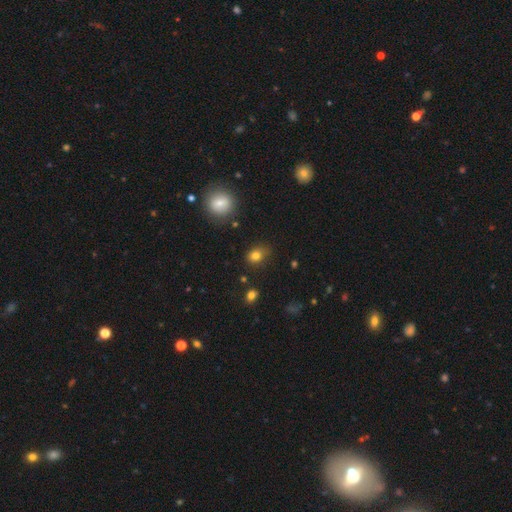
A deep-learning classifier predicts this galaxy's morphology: smooth_or_featured: smooth (p=0.80) [alt: star or artifact p=0.13]
how_rounded: in between (p=0.50) [alt: round p=0.49]
merging: none (p=0.72) [alt: minor disturbance p=0.20]